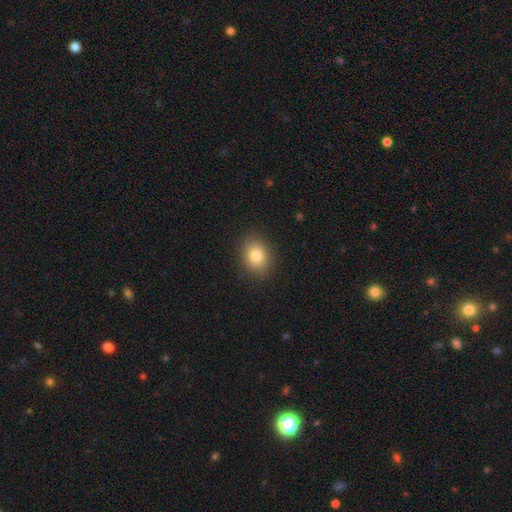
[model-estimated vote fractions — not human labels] Smooth or featured? Predicted: smooth (p=0.82). How rounded? Predicted: in between (p=0.59). Merging? Predicted: none (p=0.89).